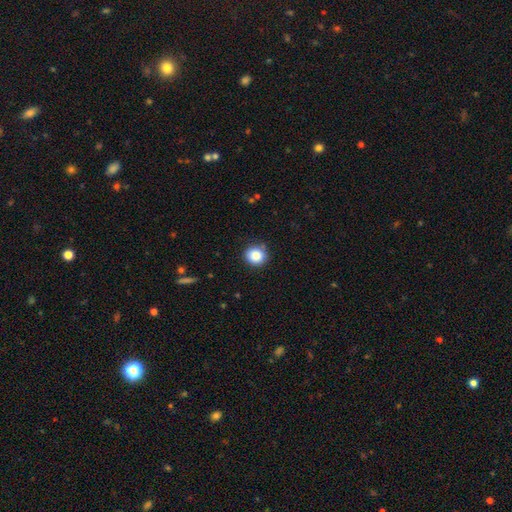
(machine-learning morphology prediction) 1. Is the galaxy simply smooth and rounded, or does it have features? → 85% smooth, 10% star or artifact, 5% featured or disk.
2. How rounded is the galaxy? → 88% round, 12% in between, 1% cigar-shaped.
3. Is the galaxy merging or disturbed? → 86% none, 10% minor disturbance, 2% major disturbance, 1% merger.